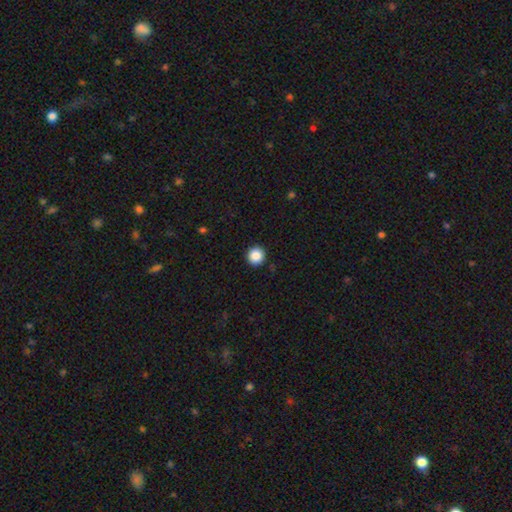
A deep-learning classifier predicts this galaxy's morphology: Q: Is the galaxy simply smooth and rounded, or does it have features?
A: smooth — 87%.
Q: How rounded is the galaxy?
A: round — 96%.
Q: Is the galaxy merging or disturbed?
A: none — 93%.